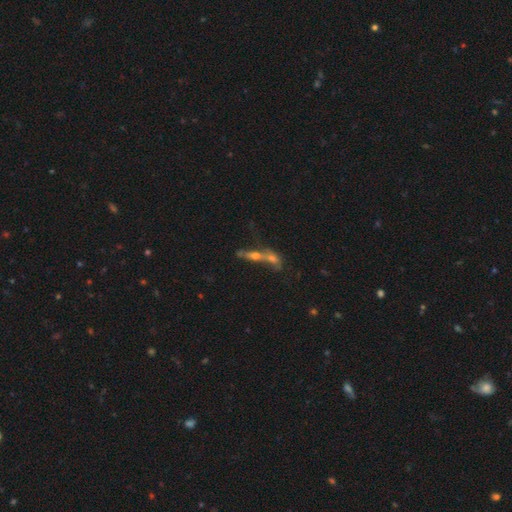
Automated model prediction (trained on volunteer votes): Smooth or featured? featured or disk (53%)
Edge-on disk? yes (60%)
Merging? merger (61%)